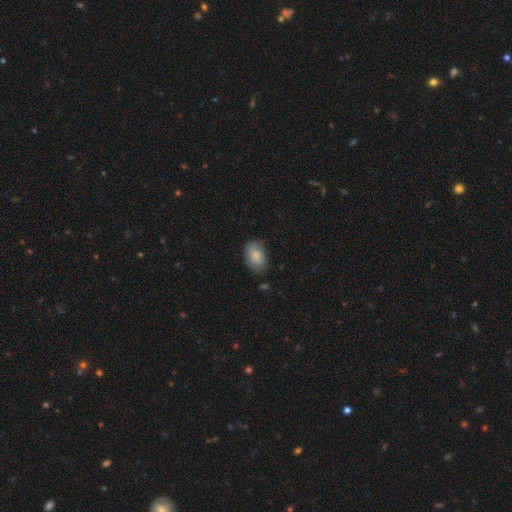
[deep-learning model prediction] A smooth galaxy with no disk features (83%) that is in between round and cigar-shaped (87%). Merging: none (72%).